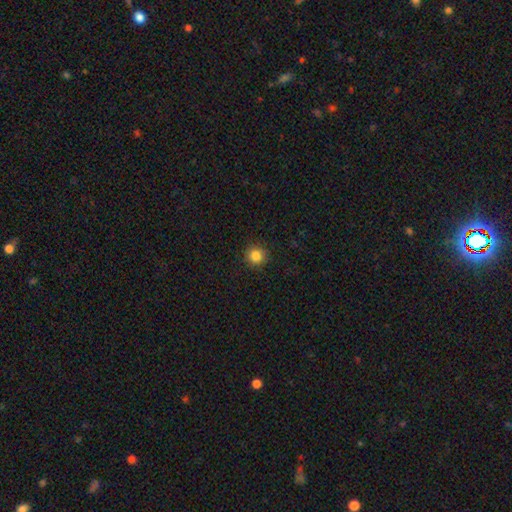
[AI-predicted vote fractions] Smooth or featured? Predicted: smooth (p=0.84). How rounded? Predicted: round (p=0.94). Merging? Predicted: none (p=0.91).